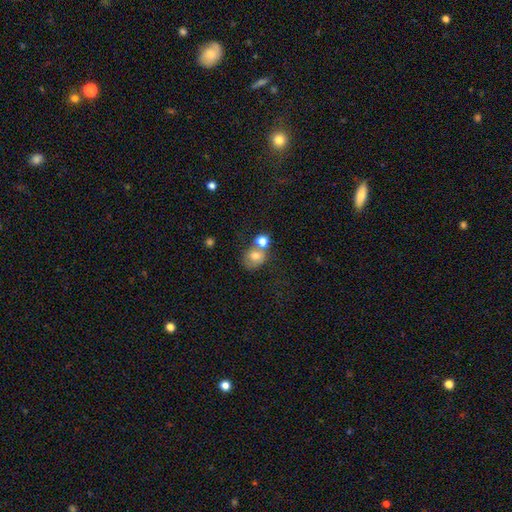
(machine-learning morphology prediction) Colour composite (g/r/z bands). It shows a smooth galaxy with no disk features (70%) that is round (54%). Merging: merger (42%).